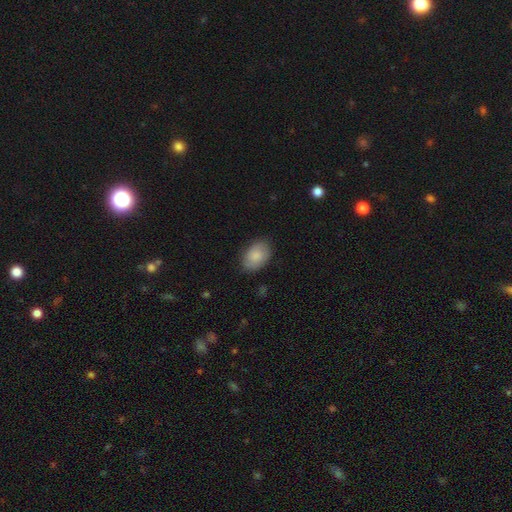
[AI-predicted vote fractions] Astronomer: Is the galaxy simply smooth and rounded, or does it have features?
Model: smooth — 83%.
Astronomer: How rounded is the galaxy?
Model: in between — 85%.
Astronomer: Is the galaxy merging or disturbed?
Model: none — 80%.